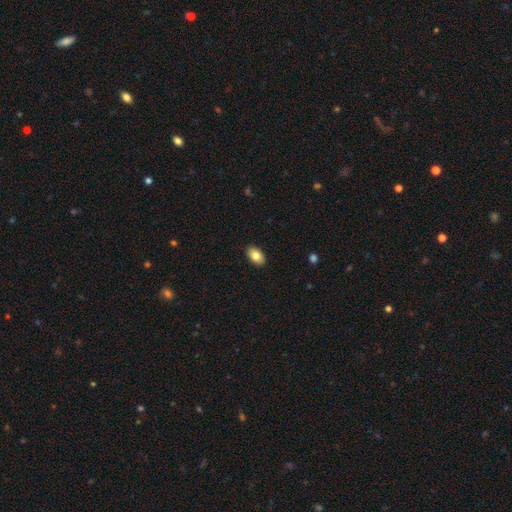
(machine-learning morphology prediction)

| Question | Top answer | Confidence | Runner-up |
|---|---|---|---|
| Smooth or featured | smooth | 83% | featured or disk (10%) |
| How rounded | in between | 92% | round (6%) |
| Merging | none | 90% | minor disturbance (7%) |